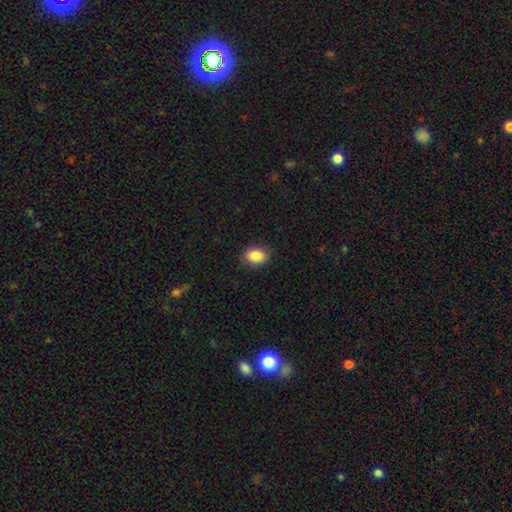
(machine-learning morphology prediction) This appears to be a smooth galaxy with no disk features (87%) that is in between round and cigar-shaped (78%). Merging: none (86%).